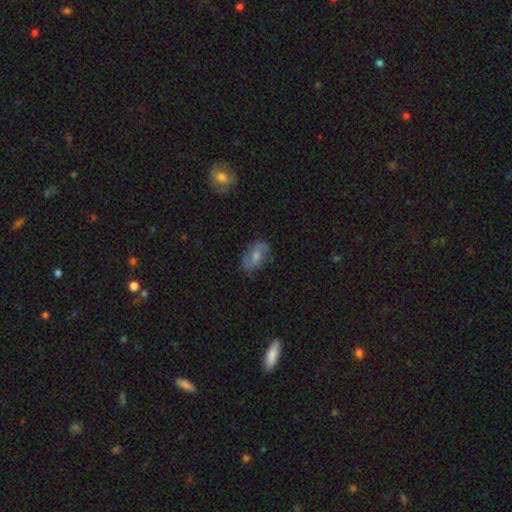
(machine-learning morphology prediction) Smooth or featured: featured or disk — 61% (smooth — 31%)
Edge-on disk: no — 96% (yes — 4%)
Bar: no — 47% (weak — 43%)
Spiral arms: yes — 87% (no — 13%)
Spiral winding: loose — 43% (medium — 41%)
Spiral arm count: 2 — 87% (can't tell — 8%)
Bulge size: moderate — 54% (small — 30%)
Merging: none — 75% (minor disturbance — 18%)